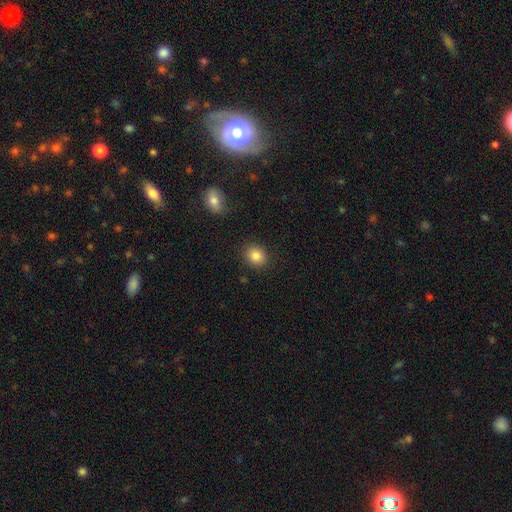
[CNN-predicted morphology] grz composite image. It shows a smooth galaxy with no disk features (86%) that is round (67%). Merging: none (88%).